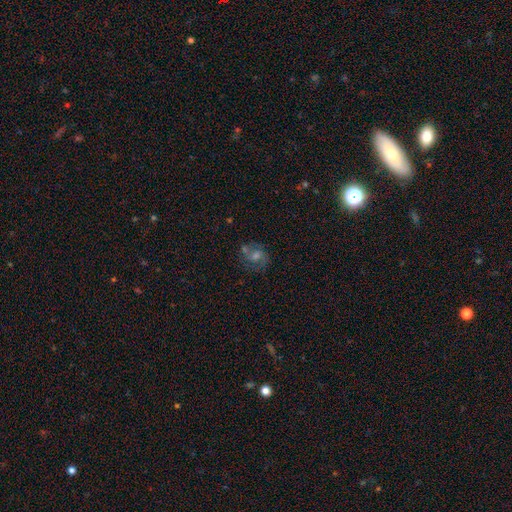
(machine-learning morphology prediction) Smooth or featured? featured or disk (58%)
Edge-on disk? no (97%)
Bar? no (51%)
Spiral arms? yes (84%)
Bulge size? moderate (53%)
Merging? none (68%)